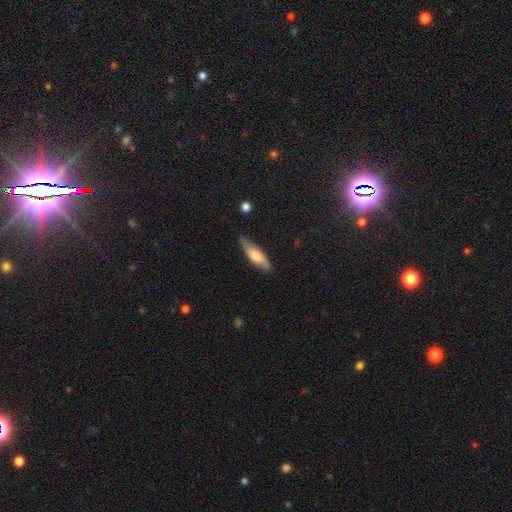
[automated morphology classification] Smooth or featured? Predicted: smooth (p=0.59). How rounded? Predicted: cigar-shaped (p=0.60). Merging? Predicted: none (p=0.82).